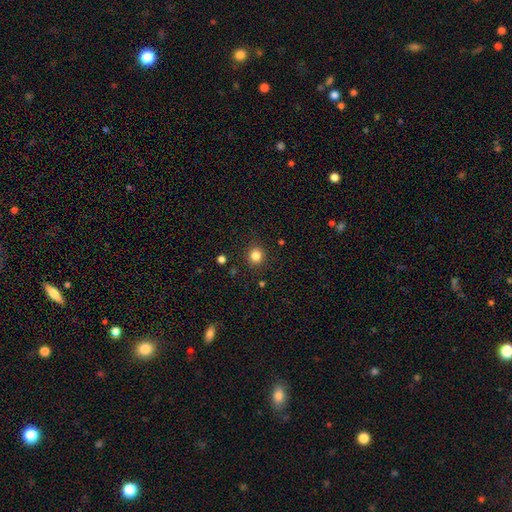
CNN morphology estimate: Smooth or featured?
  - smooth: 83% *
  - star or artifact: 13%
  - featured or disk: 5%
How rounded?
  - round: 88% *
  - in between: 11%
  - cigar-shaped: 1%
Merging?
  - none: 90% *
  - minor disturbance: 7%
  - major disturbance: 2%
  - merger: 1%